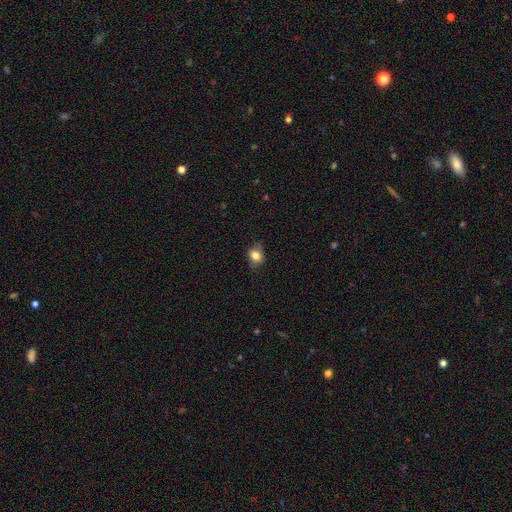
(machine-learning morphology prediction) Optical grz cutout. It shows a smooth galaxy with no disk features (78%) that is round (51%). Merging: none (71%).